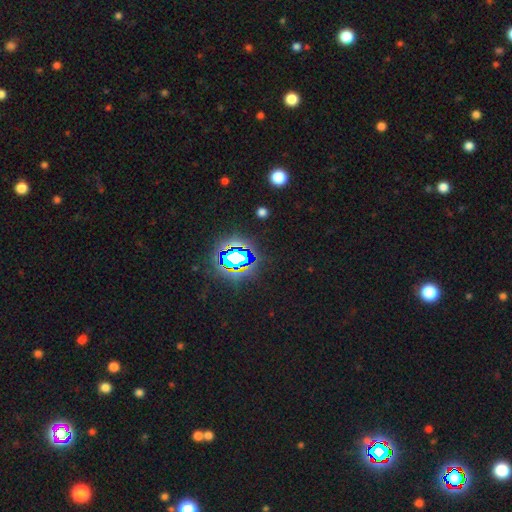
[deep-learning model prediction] smooth_or_featured: star or artifact (p=0.81) [alt: smooth p=0.13]